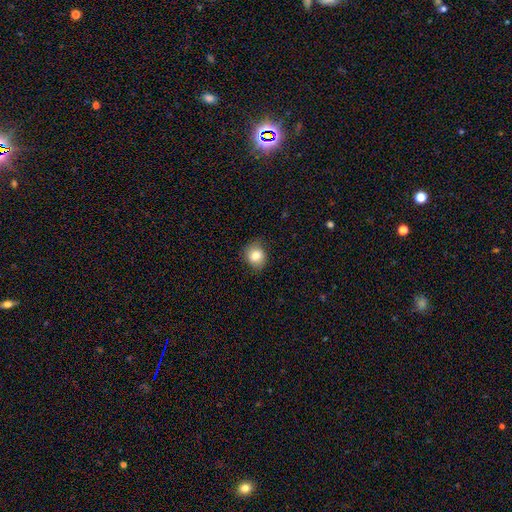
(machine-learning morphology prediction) Smooth or featured? Predicted: smooth (p=0.82). How rounded? Predicted: round (p=0.67). Merging? Predicted: none (p=0.79).